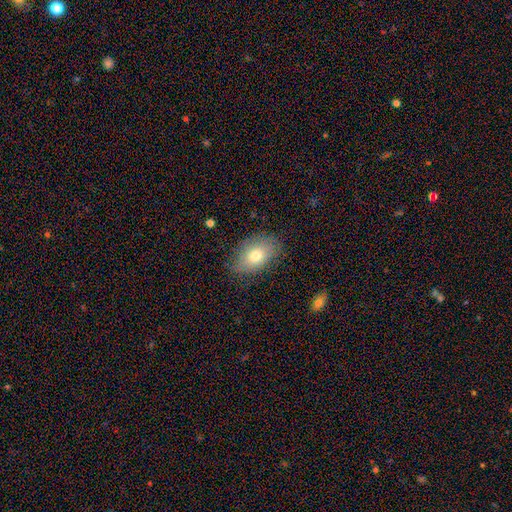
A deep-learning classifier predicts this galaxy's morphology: This is likely a smooth galaxy (74%). How rounded: clearly in between (88%). Merging: likely none (77%).